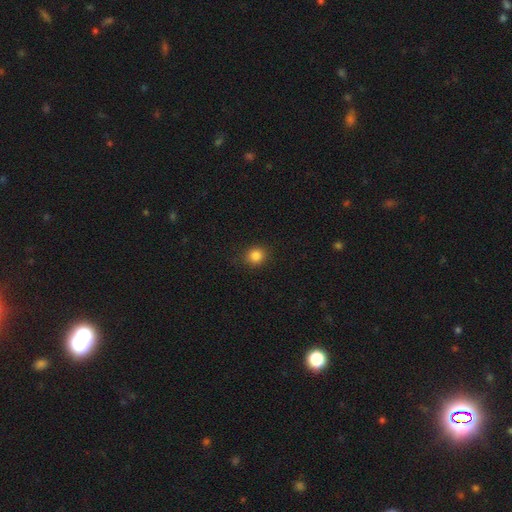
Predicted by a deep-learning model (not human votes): Smooth or featured: smooth — 85% (star or artifact — 12%)
How rounded: round — 85% (in between — 14%)
Merging: none — 89% (minor disturbance — 8%)